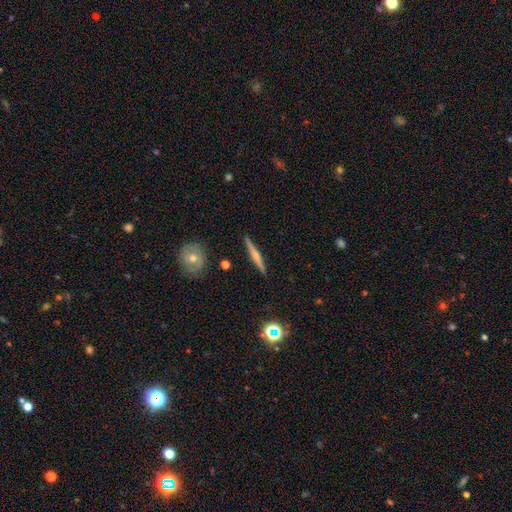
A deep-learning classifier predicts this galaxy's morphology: This appears to be a featured or disk galaxy (62%) viewed edge-on (97%) with a rounded central bulge (72%). Merging: none (91%).